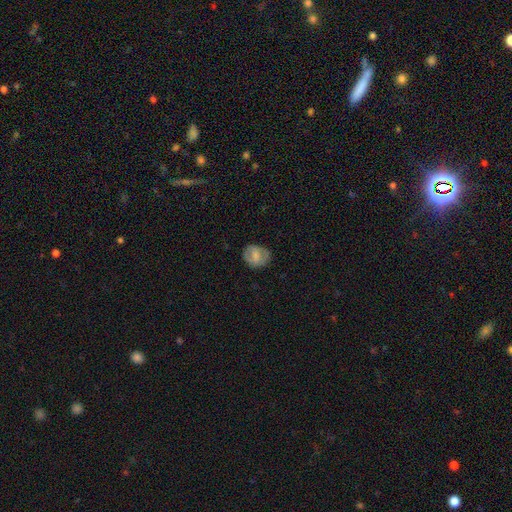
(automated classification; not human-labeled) Smooth or featured? Predicted: smooth (p=0.61). How rounded? Predicted: round (p=0.55). Merging? Predicted: none (p=0.73).